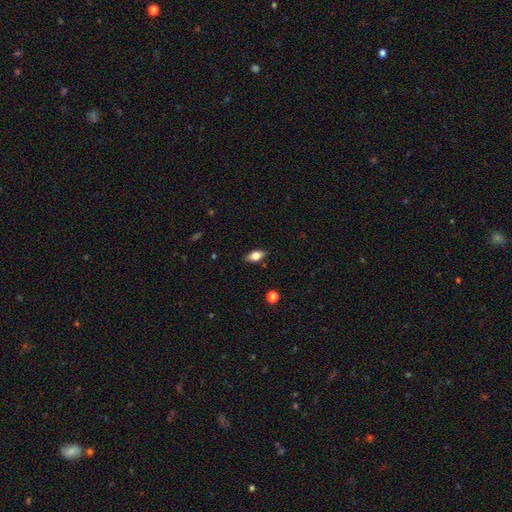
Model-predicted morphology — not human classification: The model was most divided on "smooth or featured": smooth: 75%, featured or disk: 18%, star or artifact: 8%. More confident: how rounded — in between (87%); merging — none (85%).